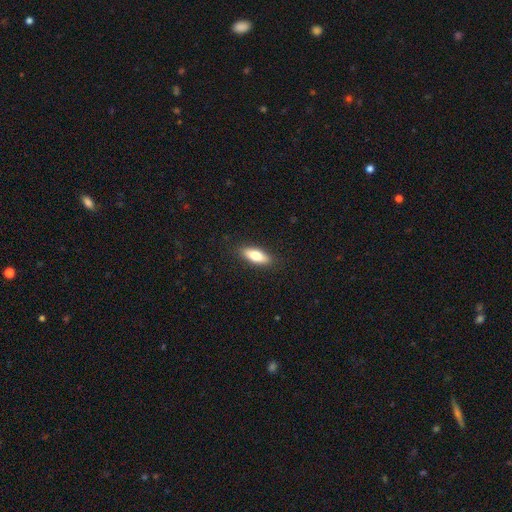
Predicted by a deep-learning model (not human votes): Morphology: type=smooth (75%); roundness=in between (68%); merging=none (88%).